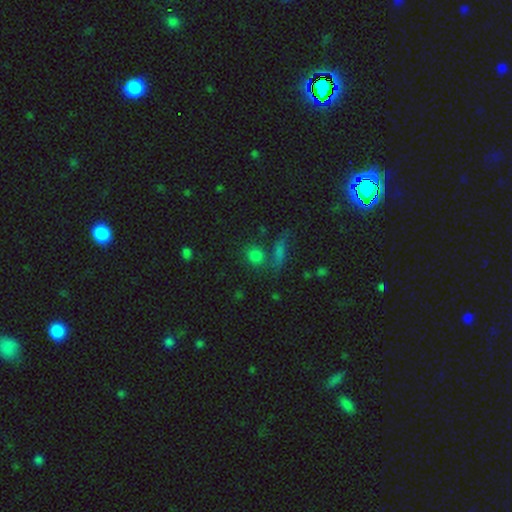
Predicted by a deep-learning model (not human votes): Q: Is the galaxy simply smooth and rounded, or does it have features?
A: smooth — 73%.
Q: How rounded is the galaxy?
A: round — 75%.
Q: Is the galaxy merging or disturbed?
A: none — 58%.